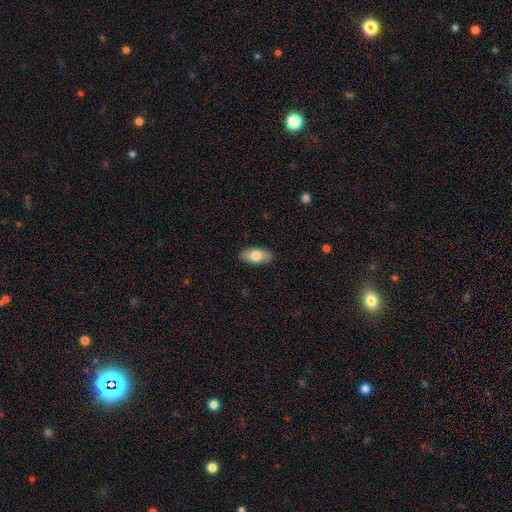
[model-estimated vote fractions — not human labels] The model was most divided on "smooth or featured": smooth: 77%, featured or disk: 17%, star or artifact: 6%. More confident: how rounded — in between (91%); merging — none (88%).